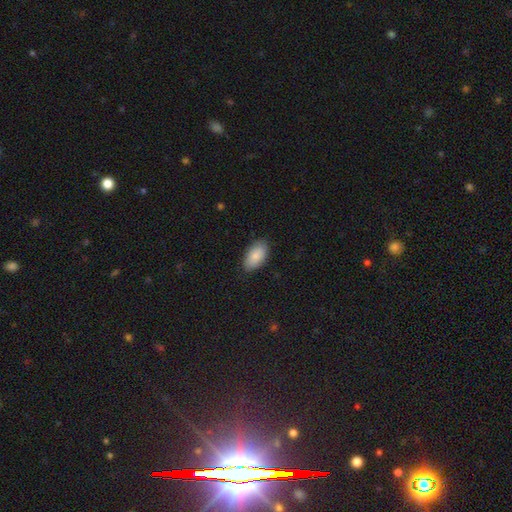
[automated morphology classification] A smooth galaxy with no disk features (85%) that is in between round and cigar-shaped (95%). Merging: none (83%).